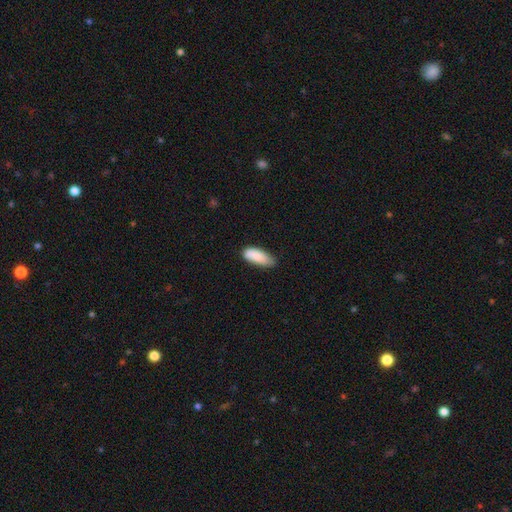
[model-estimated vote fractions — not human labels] Smooth or featured?
  - smooth: 85% *
  - featured or disk: 9%
  - star or artifact: 6%
How rounded?
  - in between: 77% *
  - cigar-shaped: 21%
  - round: 2%
Merging?
  - none: 62% *
  - minor disturbance: 31%
  - major disturbance: 5%
  - merger: 2%